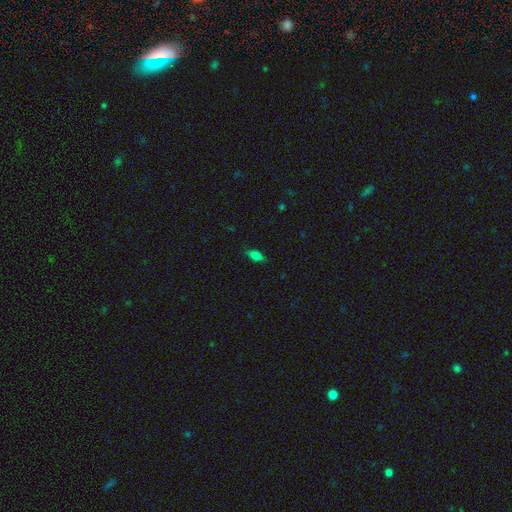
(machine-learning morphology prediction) This appears to be a smooth galaxy with no disk features (72%) that is in between round and cigar-shaped (81%). Merging: none (80%).